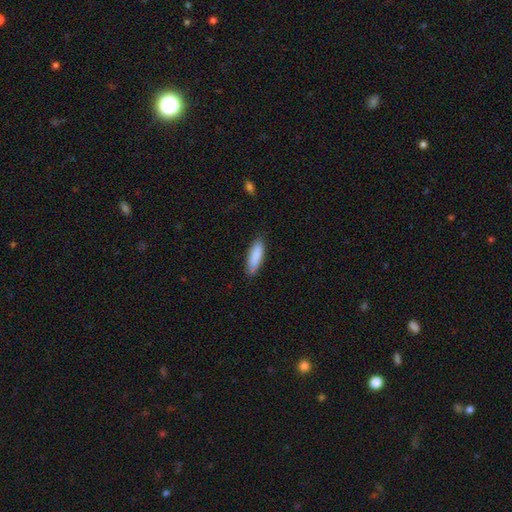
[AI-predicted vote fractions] A smooth galaxy with no disk features (88%) that is in between round and cigar-shaped (54%).

Vote fractions:
- Smooth or featured? smooth: 88% / featured or disk: 6% / star or artifact: 6%
- How rounded? in between: 54% / cigar-shaped: 45% / round: 1%
- Merging? none: 81% / minor disturbance: 15% / major disturbance: 2% / merger: 1%